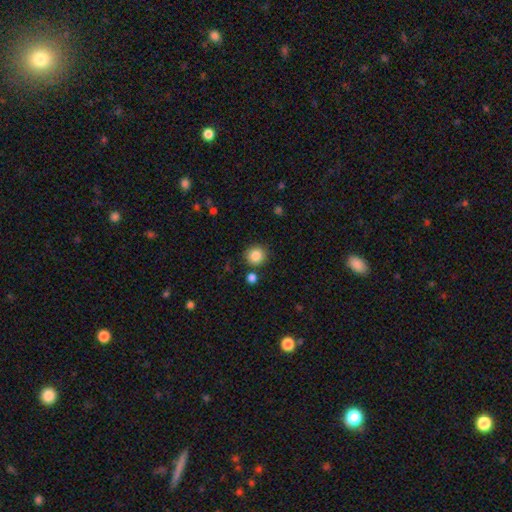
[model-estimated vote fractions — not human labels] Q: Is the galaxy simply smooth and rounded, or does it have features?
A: smooth — 85%.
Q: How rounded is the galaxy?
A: round — 91%.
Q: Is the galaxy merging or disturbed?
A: none — 84%.